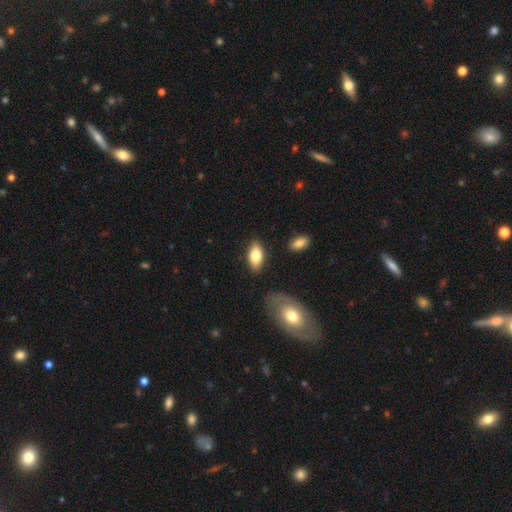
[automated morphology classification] smooth-or-featured: smooth: 78% | featured or disk: 16% | star or artifact: 6%
  how-rounded: in between: 90% | cigar-shaped: 7% | round: 3%
  merging: none: 84% | minor disturbance: 11% | major disturbance: 3% | merger: 3%